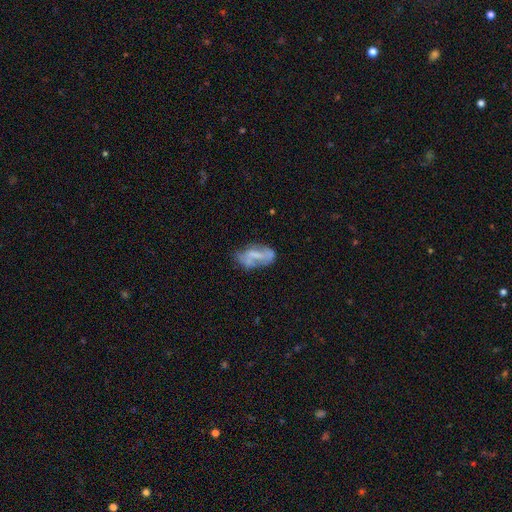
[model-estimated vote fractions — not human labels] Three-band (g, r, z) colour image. It shows a featured or disk galaxy (53%). Merging: none (48%).